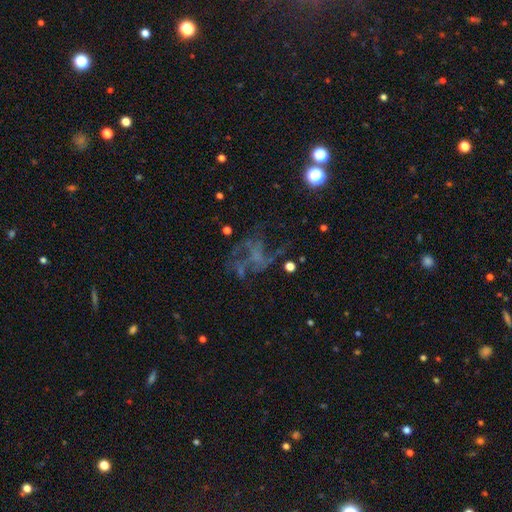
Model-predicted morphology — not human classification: This is possibly a featured or disk galaxy (57%). It is clearly not viewed edge-on (98%). Bar: clearly no (82%). Spiral arm pattern: likely no (61%). Central bulge: likely none (74%). Merging: marginally none (42%).